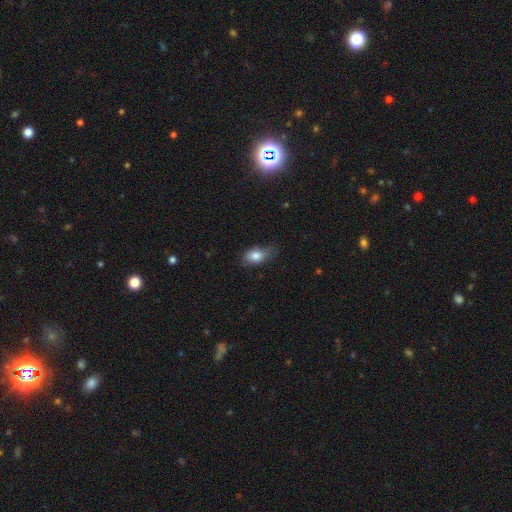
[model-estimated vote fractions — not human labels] A smooth galaxy with no disk features (80%) that is in between round and cigar-shaped (84%).

Vote fractions:
- Smooth or featured? smooth: 80% / featured or disk: 11% / star or artifact: 8%
- How rounded? in between: 84% / round: 13% / cigar-shaped: 3%
- Merging? none: 55% / minor disturbance: 34% / major disturbance: 10% / merger: 2%